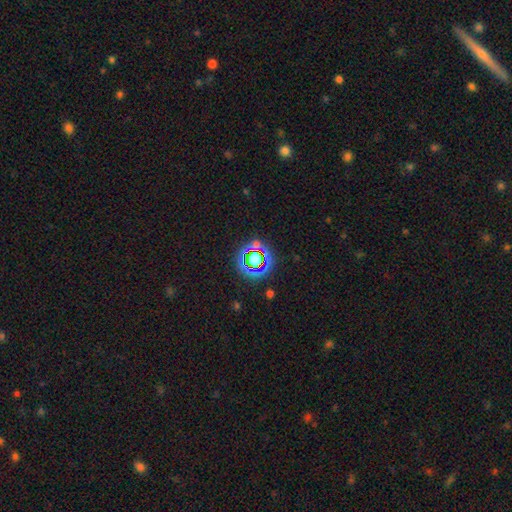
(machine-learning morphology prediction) smooth-or-featured: star or artifact: 60% | smooth: 27% | featured or disk: 13%